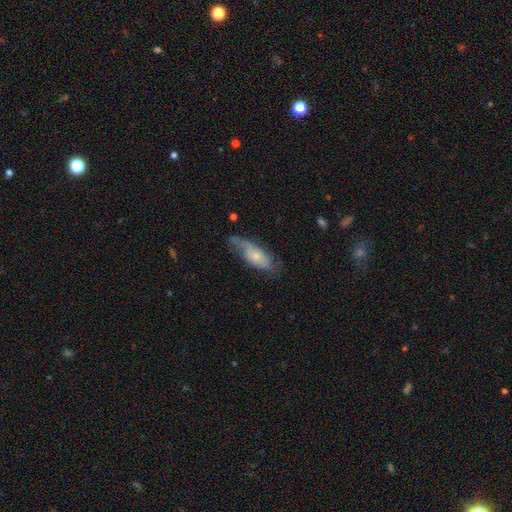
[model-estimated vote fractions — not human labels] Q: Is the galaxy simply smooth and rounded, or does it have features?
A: featured or disk — 49%.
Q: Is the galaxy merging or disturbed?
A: none — 45%.